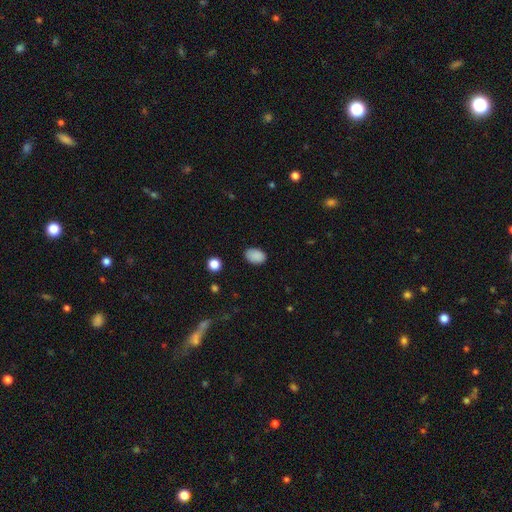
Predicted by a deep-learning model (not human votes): Smooth or featured?
  - smooth: 88% *
  - star or artifact: 9%
  - featured or disk: 3%
How rounded?
  - in between: 84% *
  - round: 15%
  - cigar-shaped: 1%
Merging?
  - none: 85% *
  - minor disturbance: 11%
  - major disturbance: 3%
  - merger: 1%